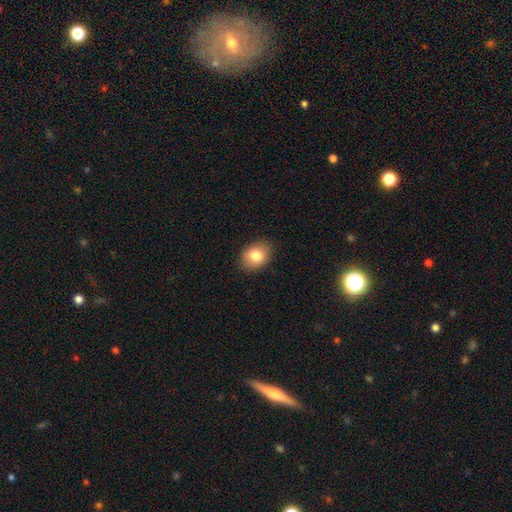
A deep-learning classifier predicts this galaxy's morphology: The model was most divided on "how rounded": in between: 62%, round: 37%, cigar-shaped: 1%. More confident: merging — none (88%); smooth or featured — smooth (82%).